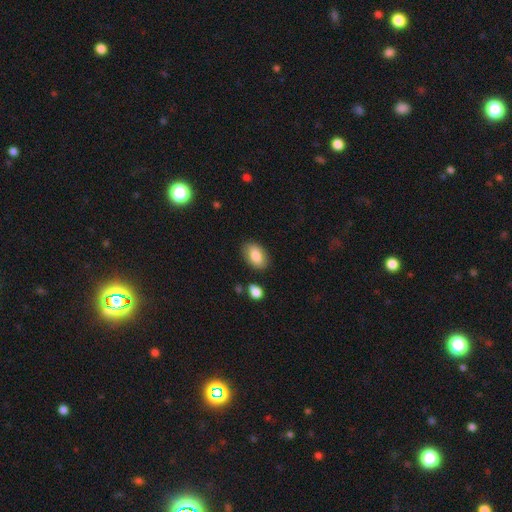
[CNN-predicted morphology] smooth-or-featured: smooth: 83% | featured or disk: 10% | star or artifact: 7%
  how-rounded: in between: 90% | round: 8% | cigar-shaped: 1%
  merging: none: 81% | minor disturbance: 13% | merger: 3% | major disturbance: 3%